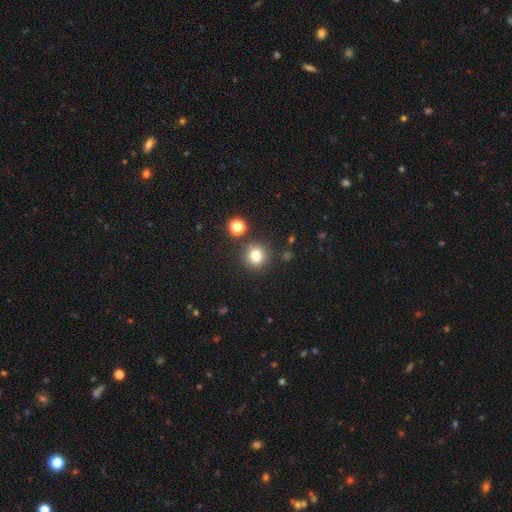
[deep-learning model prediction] smooth_or_featured: smooth (p=0.80) [alt: star or artifact p=0.14]
how_rounded: round (p=0.92) [alt: in between p=0.07]
merging: none (p=0.85) [alt: minor disturbance p=0.07]